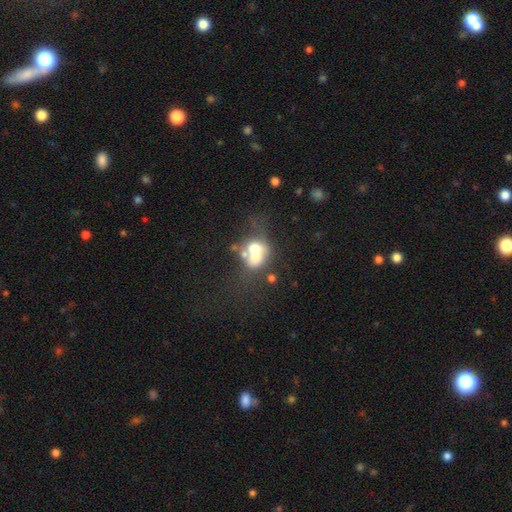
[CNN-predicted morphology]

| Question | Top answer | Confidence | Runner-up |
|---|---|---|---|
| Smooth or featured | smooth | 53% | featured or disk (34%) |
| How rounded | round | 55% | in between (44%) |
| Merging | merger | 62% | none (20%) |